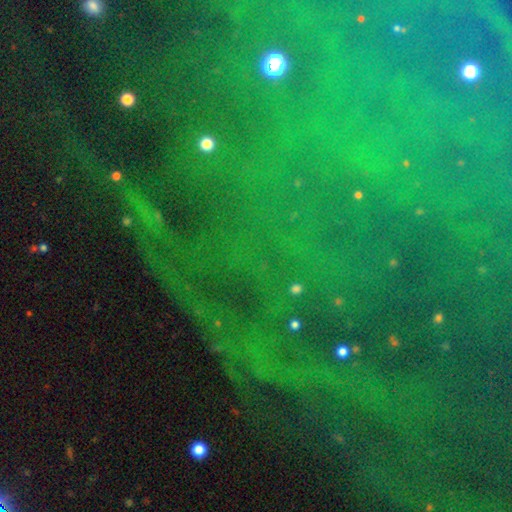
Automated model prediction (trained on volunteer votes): A star or artifact, not a galaxy (85%).

Vote fractions:
- Smooth or featured? star or artifact: 85% / featured or disk: 8% / smooth: 7%